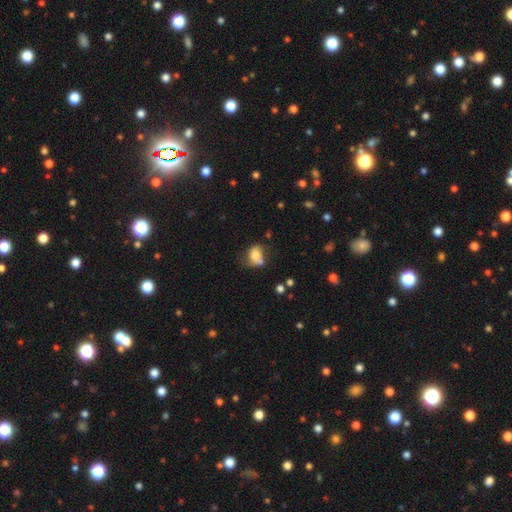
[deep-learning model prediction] Smooth or featured?
  - smooth: 72% *
  - featured or disk: 18%
  - star or artifact: 11%
How rounded?
  - in between: 57% *
  - round: 42%
  - cigar-shaped: 1%
Merging?
  - none: 37% *
  - minor disturbance: 25%
  - merger: 25%
  - major disturbance: 13%